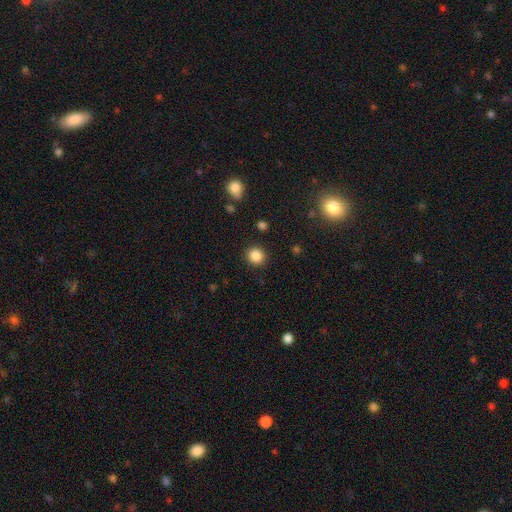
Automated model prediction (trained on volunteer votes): Smooth or featured? Predicted: smooth (p=0.86). How rounded? Predicted: round (p=0.89). Merging? Predicted: none (p=0.90).